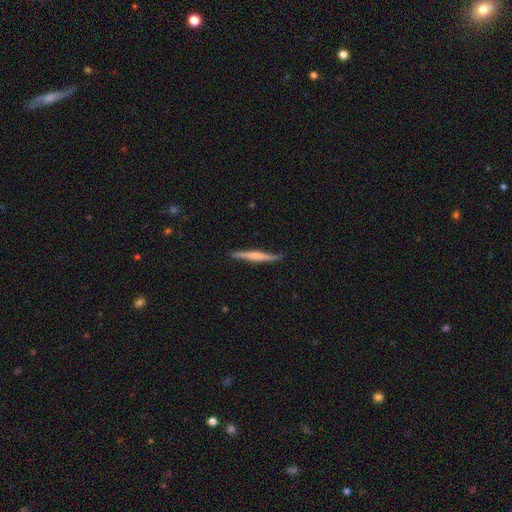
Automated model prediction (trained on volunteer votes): featured or disk 54%, smooth 41%, star or artifact 5%. Down the decision tree: edge-on disk — yes (96%); edge-on bulge — rounded (49%); merging — none (84%).